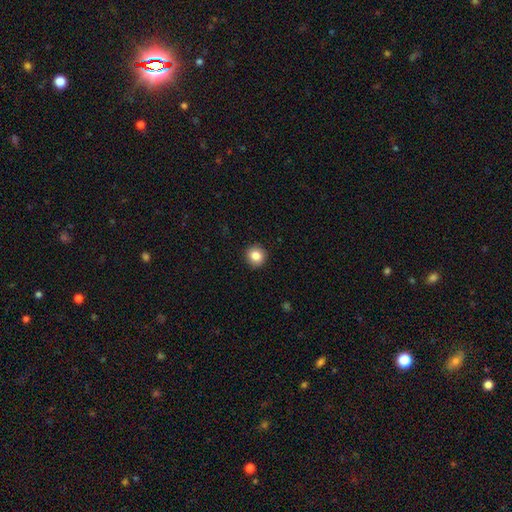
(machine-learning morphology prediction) A smooth galaxy with no disk features (85%) that is round (93%).

Vote fractions:
- Smooth or featured? smooth: 85% / star or artifact: 9% / featured or disk: 6%
- How rounded? round: 93% / in between: 6% / cigar-shaped: 1%
- Merging? none: 93% / minor disturbance: 5% / major disturbance: 2% / merger: 1%